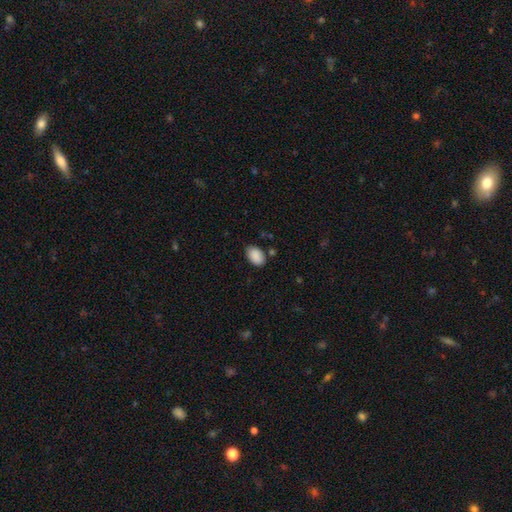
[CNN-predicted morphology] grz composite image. It shows a smooth galaxy with no disk features (90%) that is in between round and cigar-shaped (88%). Merging: none (77%).